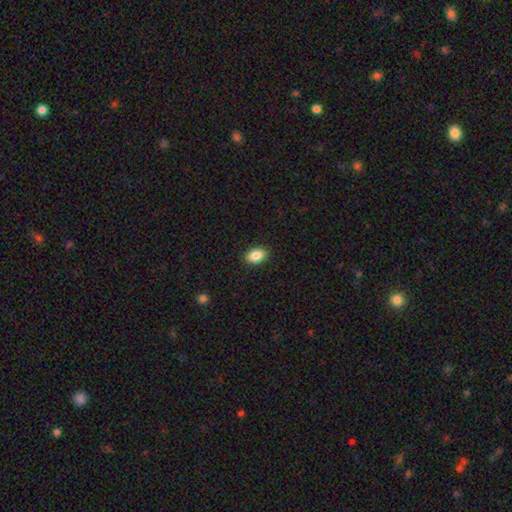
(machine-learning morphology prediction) Smooth or featured? Predicted: smooth (p=0.87). How rounded? Predicted: in between (p=0.87). Merging? Predicted: none (p=0.90).